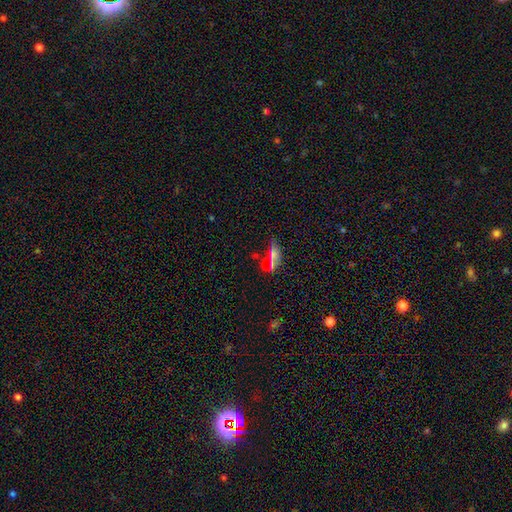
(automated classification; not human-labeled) Overall: smooth (54%; featured or disk 24%). How rounded: in between (56%; cigar-shaped 29%). Merging: merger (45%; none 34%).